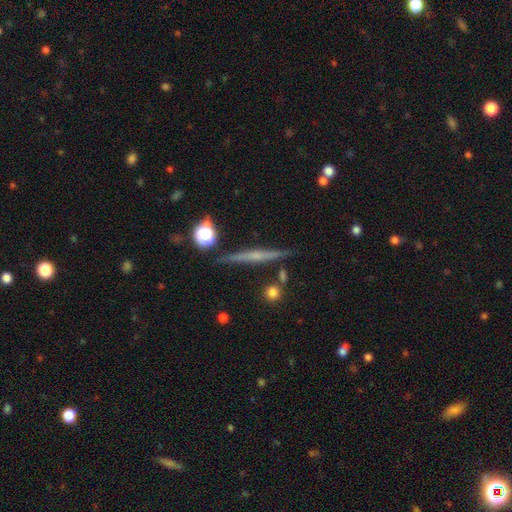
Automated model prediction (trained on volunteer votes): smooth-or-featured: featured or disk: 67% | smooth: 25% | star or artifact: 8%
  disk-edge-on: yes: 97% | no: 3%
    edge-on-bulge: rounded: 48% | none: 43% | boxy: 9%
  merging: none: 87% | minor disturbance: 8% | merger: 3% | major disturbance: 2%